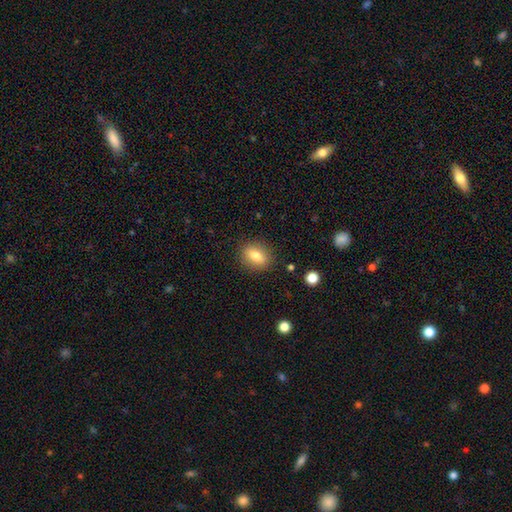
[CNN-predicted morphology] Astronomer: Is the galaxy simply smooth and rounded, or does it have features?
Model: smooth — 81%.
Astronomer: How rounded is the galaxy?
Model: in between — 68%.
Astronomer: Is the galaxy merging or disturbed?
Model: none — 86%.